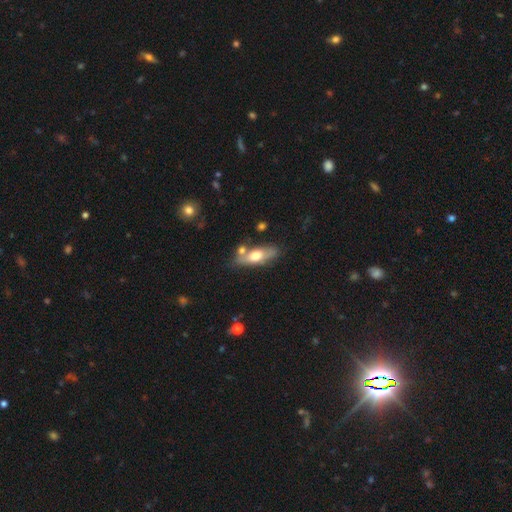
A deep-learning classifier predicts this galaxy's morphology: A smooth galaxy with no disk features (55%) that is in between round and cigar-shaped (65%).

Vote fractions:
- Smooth or featured? smooth: 55% / featured or disk: 39% / star or artifact: 6%
- How rounded? in between: 65% / cigar-shaped: 32% / round: 4%
- Merging? none: 65% / minor disturbance: 17% / merger: 13% / major disturbance: 5%